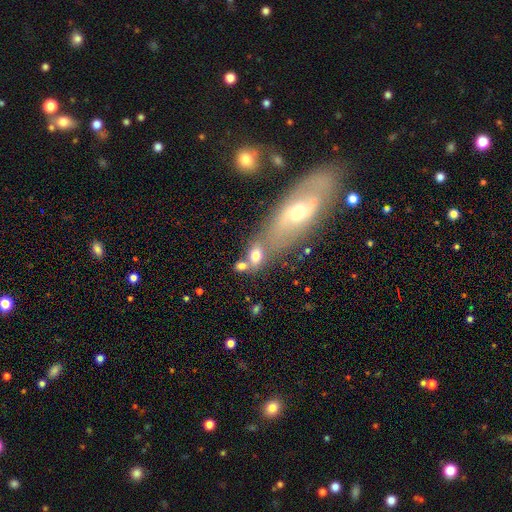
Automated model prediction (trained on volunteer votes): smooth 68%, featured or disk 20%, star or artifact 13%. Down the decision tree: how rounded — in between (74%); merging — merger (50%).